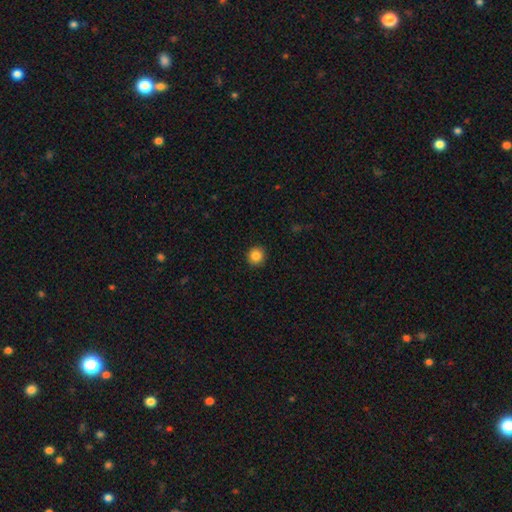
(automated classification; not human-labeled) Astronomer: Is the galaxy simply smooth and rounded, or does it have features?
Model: smooth — 86%.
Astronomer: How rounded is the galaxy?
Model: round — 93%.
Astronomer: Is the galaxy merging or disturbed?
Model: none — 92%.